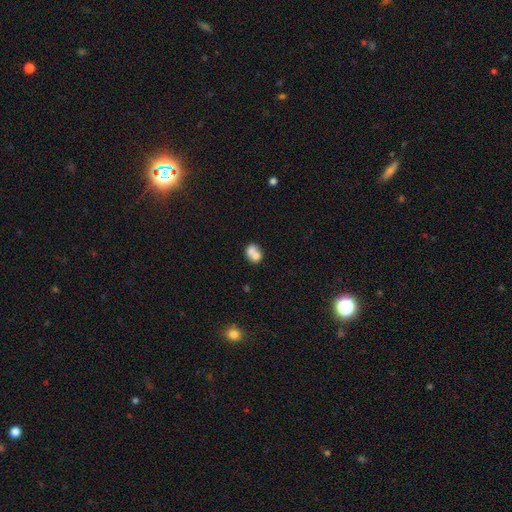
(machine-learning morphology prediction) smooth 70%, featured or disk 21%, star or artifact 9%. Down the decision tree: how rounded — round (59%); merging — merger (65%).